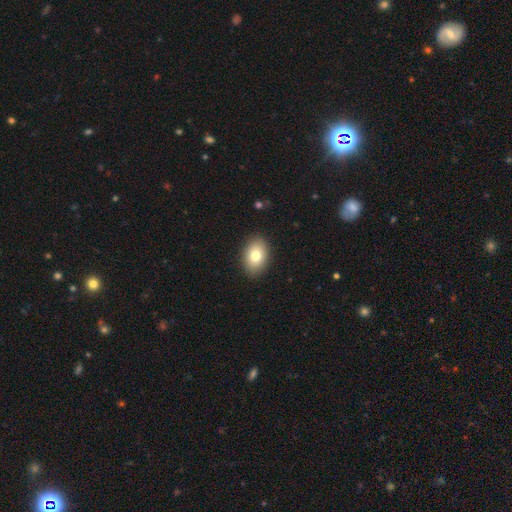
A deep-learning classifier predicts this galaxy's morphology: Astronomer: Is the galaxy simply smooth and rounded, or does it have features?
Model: smooth — 79%.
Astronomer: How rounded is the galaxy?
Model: in between — 83%.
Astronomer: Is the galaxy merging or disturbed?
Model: none — 89%.